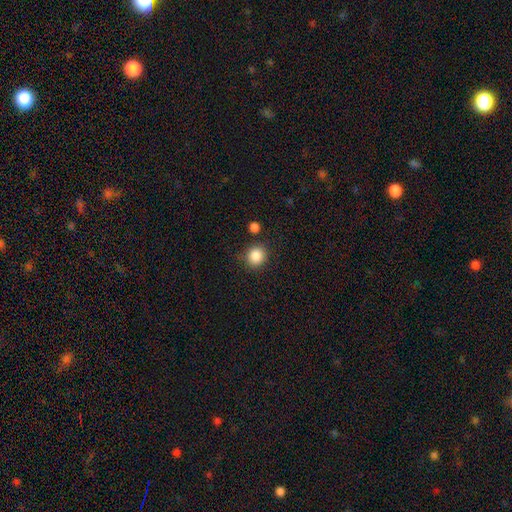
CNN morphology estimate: Overall: smooth (86%). How rounded: round (85%). Merging: none (82%).